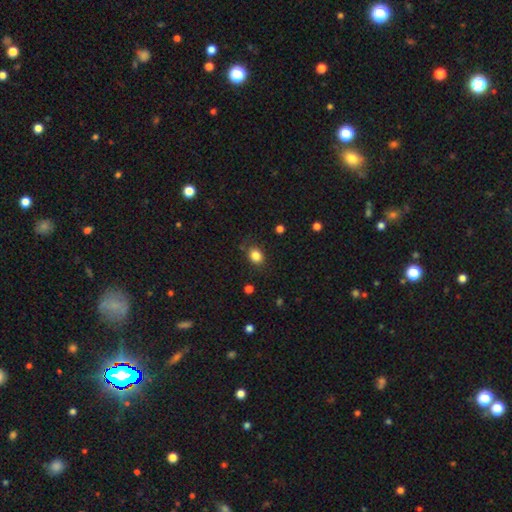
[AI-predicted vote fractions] Smooth or featured?
  - smooth: 84% *
  - star or artifact: 11%
  - featured or disk: 6%
How rounded?
  - round: 53% *
  - in between: 46%
  - cigar-shaped: 1%
Merging?
  - none: 79% *
  - minor disturbance: 15%
  - major disturbance: 4%
  - merger: 2%